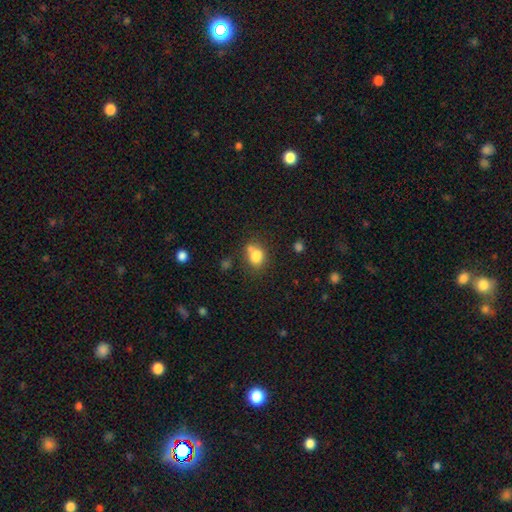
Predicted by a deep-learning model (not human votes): This is clearly a smooth galaxy (80%). How rounded: possibly round (53%). Merging: possibly none (54%).